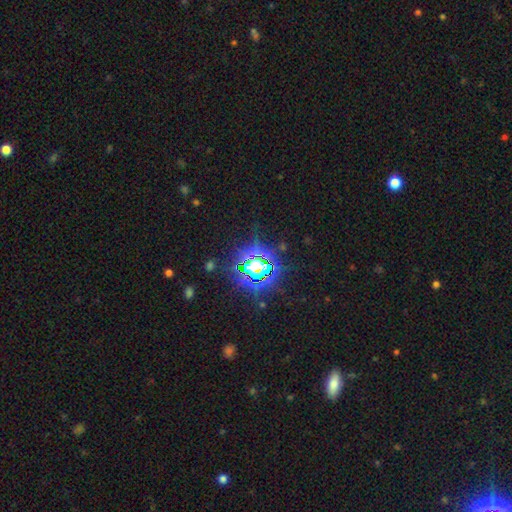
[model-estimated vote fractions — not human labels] A star or artifact, not a galaxy (78%).

Vote fractions:
- Smooth or featured? star or artifact: 78% / smooth: 13% / featured or disk: 9%